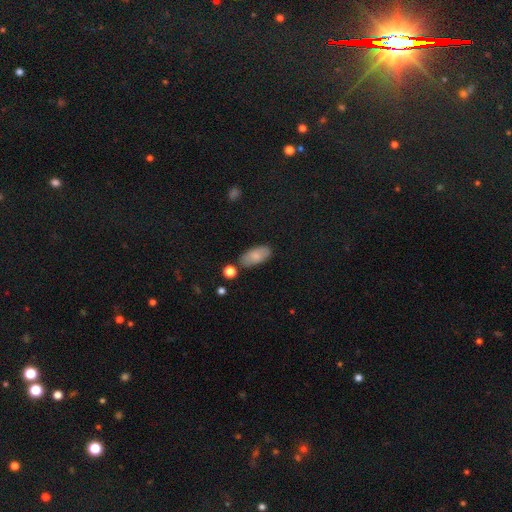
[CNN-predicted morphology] This appears to be a smooth galaxy with no disk features (82%) that is in between round and cigar-shaped (91%). Merging: none (76%).